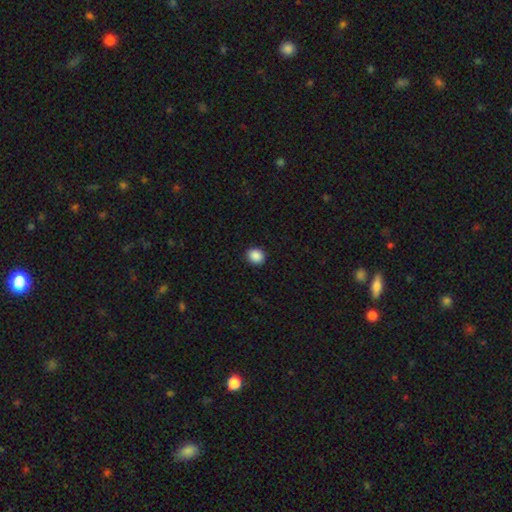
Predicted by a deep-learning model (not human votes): A smooth galaxy with no disk features (89%) that is round (72%).

Vote fractions:
- Smooth or featured? smooth: 89% / star or artifact: 9% / featured or disk: 2%
- How rounded? round: 72% / in between: 27% / cigar-shaped: 1%
- Merging? none: 92% / minor disturbance: 6% / major disturbance: 2% / merger: 1%